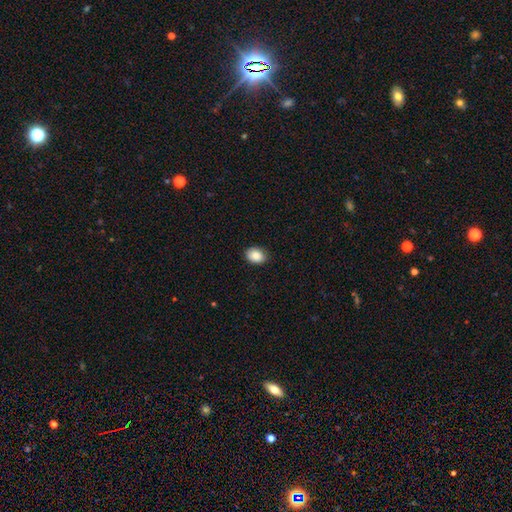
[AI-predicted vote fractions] This is clearly a smooth galaxy (87%). How rounded: likely in between (71%). Merging: clearly none (88%).